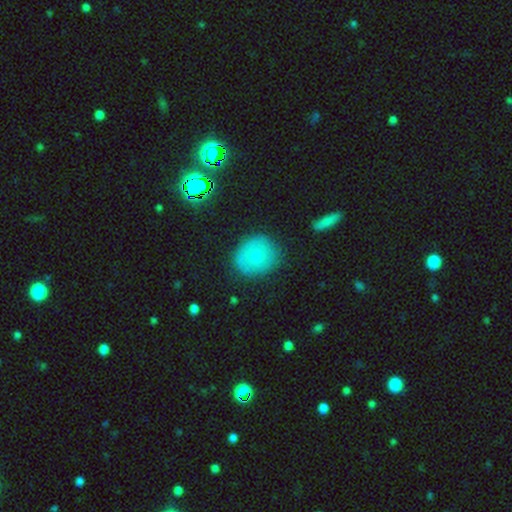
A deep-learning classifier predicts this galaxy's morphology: A smooth galaxy with no disk features (59%) that is round (82%). Merging: none (82%).